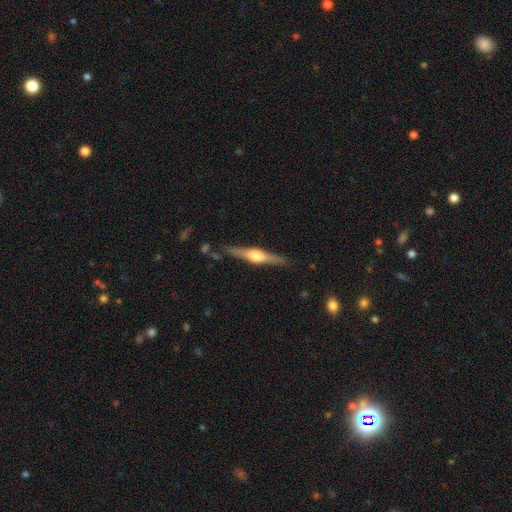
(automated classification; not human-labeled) Morphology: type=featured or disk (75%); edge-on=yes (98%); edge-on bulge=rounded (93%); merging=none (87%).